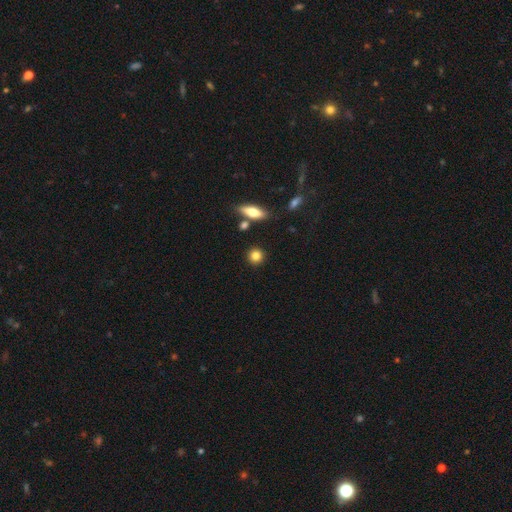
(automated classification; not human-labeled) Smooth or featured?
  - smooth: 83% *
  - star or artifact: 9%
  - featured or disk: 7%
How rounded?
  - round: 88% *
  - in between: 10%
  - cigar-shaped: 2%
Merging?
  - none: 87% *
  - minor disturbance: 7%
  - merger: 4%
  - major disturbance: 2%